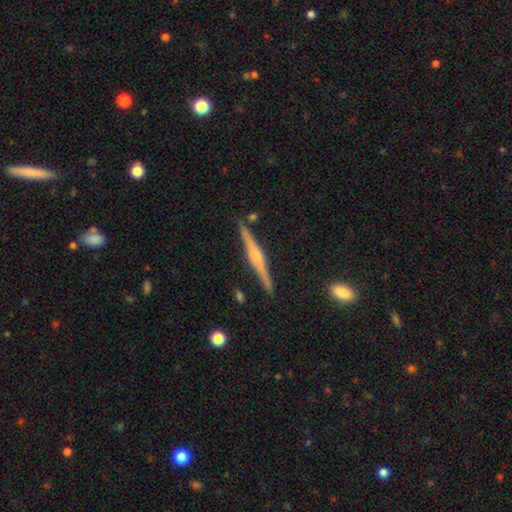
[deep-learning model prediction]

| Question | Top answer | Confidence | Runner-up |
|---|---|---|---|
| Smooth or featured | featured or disk | 77% | smooth (17%) |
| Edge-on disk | yes | 98% | no (2%) |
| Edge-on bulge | rounded | 77% | boxy (14%) |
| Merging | none | 89% | minor disturbance (8%) |